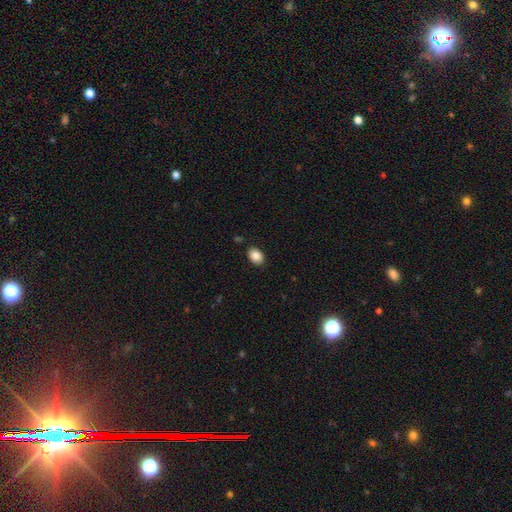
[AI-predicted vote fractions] smooth-or-featured: smooth: 85% | star or artifact: 8% | featured or disk: 7%
  how-rounded: in between: 79% | round: 20% | cigar-shaped: 1%
  merging: none: 88% | minor disturbance: 9% | major disturbance: 2% | merger: 1%